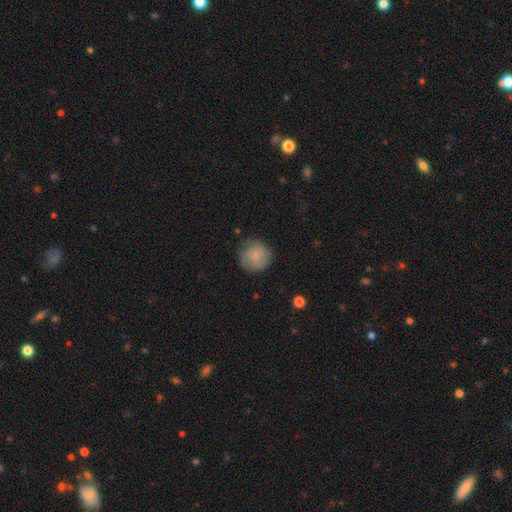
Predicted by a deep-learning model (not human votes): smooth_or_featured: smooth (p=0.72) [alt: featured or disk p=0.21]
how_rounded: round (p=0.92) [alt: in between p=0.07]
merging: none (p=0.71) [alt: minor disturbance p=0.21]